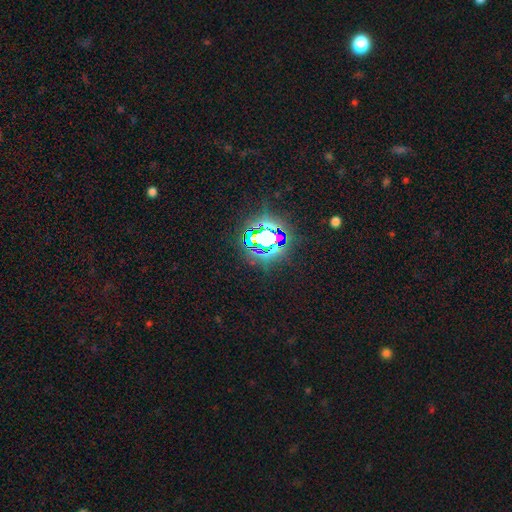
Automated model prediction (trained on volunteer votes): A star or artifact, not a galaxy (85%).